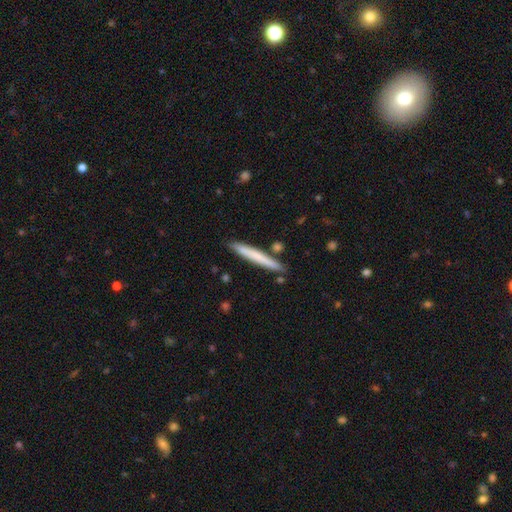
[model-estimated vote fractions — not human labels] Overall: smooth (67%). How rounded: cigar-shaped (96%). Merging: none (86%).